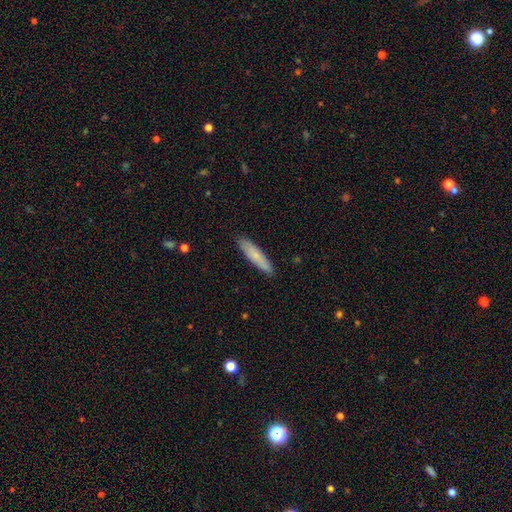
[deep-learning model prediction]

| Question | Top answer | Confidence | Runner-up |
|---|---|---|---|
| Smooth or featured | smooth | 72% | featured or disk (22%) |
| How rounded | cigar-shaped | 82% | in between (17%) |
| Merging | none | 89% | minor disturbance (8%) |